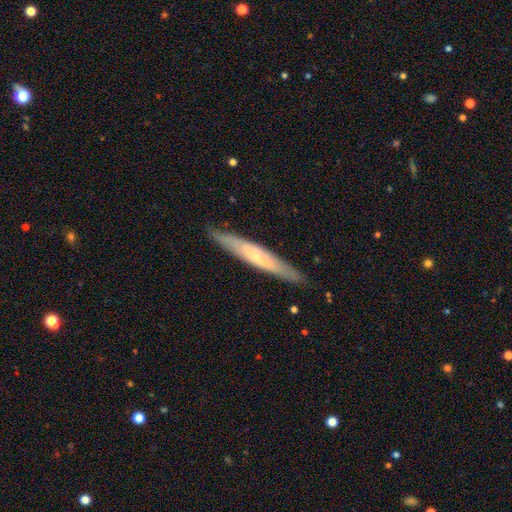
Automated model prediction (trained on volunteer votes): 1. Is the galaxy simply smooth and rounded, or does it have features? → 56% featured or disk, 38% smooth, 6% star or artifact.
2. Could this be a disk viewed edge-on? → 81% yes, 19% no.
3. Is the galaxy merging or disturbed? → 88% none, 10% minor disturbance, 2% major disturbance, 1% merger.